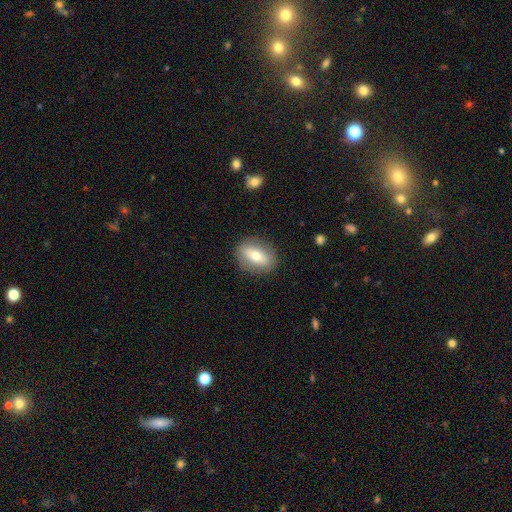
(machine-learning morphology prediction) Overall: smooth (65%; featured or disk 28%). How rounded: in between (74%). Merging: none (86%).